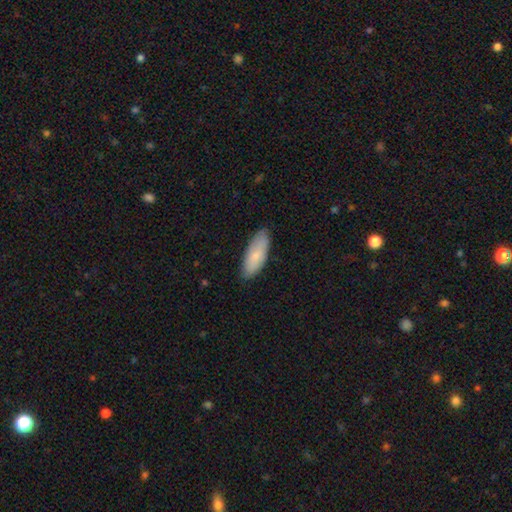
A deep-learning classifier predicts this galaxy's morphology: The model was most divided on "how rounded": in between: 74%, cigar-shaped: 25%, round: 2%. More confident: merging — none (82%); smooth or featured — smooth (77%).